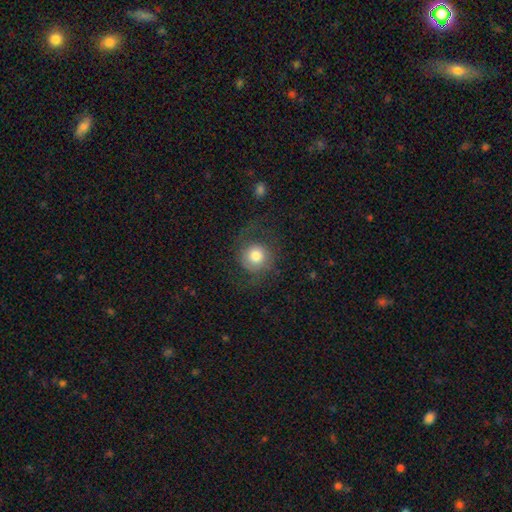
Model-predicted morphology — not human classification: Smooth or featured? smooth (67%)
How rounded? round (91%)
Merging? none (62%)